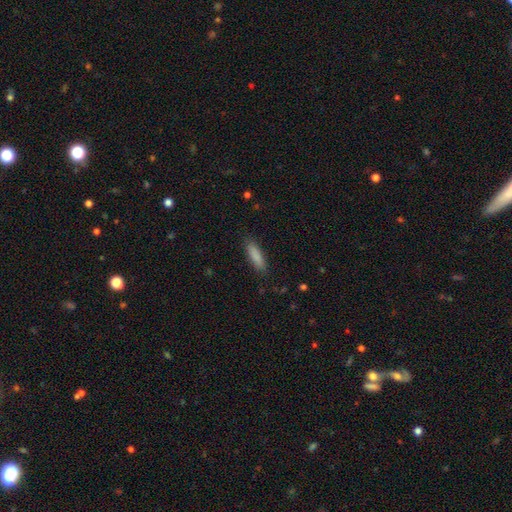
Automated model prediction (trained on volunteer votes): Smooth or featured: smooth — 87% (star or artifact — 6%)
How rounded: cigar-shaped — 60% (in between — 39%)
Merging: none — 86% (minor disturbance — 10%)